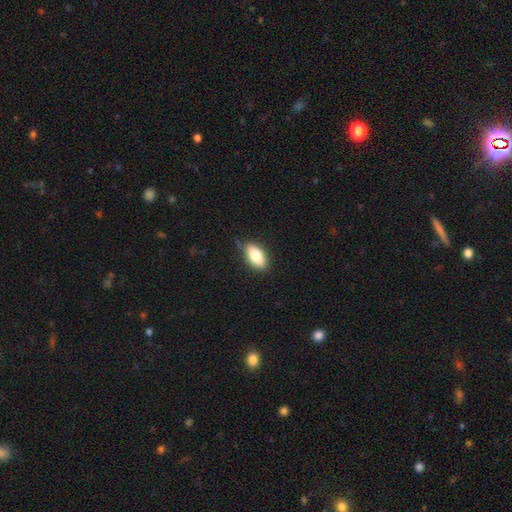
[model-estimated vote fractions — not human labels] Morphology: type=smooth (81%); roundness=in between (90%); merging=none (75%).